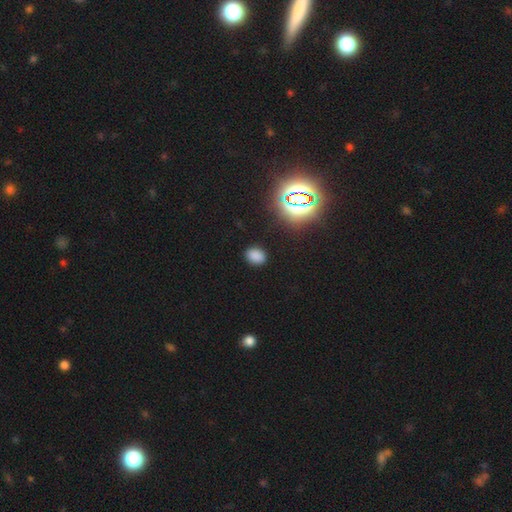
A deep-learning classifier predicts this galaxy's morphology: type=smooth (78%); roundness=in between (63%); merging=none (87%).